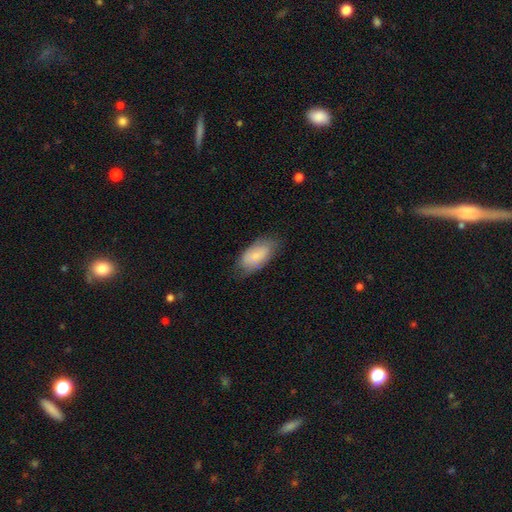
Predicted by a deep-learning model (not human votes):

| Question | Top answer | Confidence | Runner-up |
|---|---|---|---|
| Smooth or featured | smooth | 77% | featured or disk (17%) |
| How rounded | in between | 93% | cigar-shaped (4%) |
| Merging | none | 70% | minor disturbance (23%) |